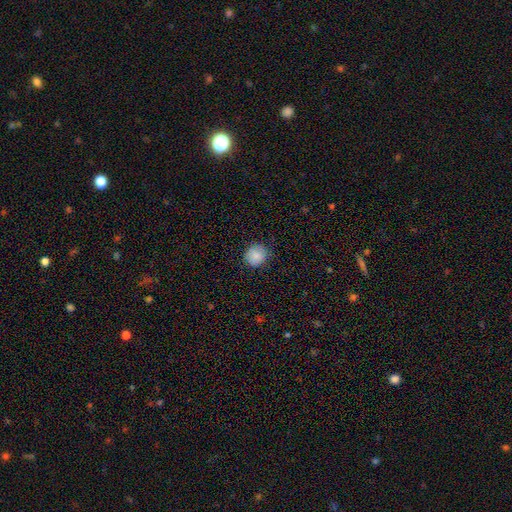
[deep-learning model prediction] Smooth or featured? Predicted: smooth (p=0.86). How rounded? Predicted: round (p=0.84). Merging? Predicted: none (p=0.83).